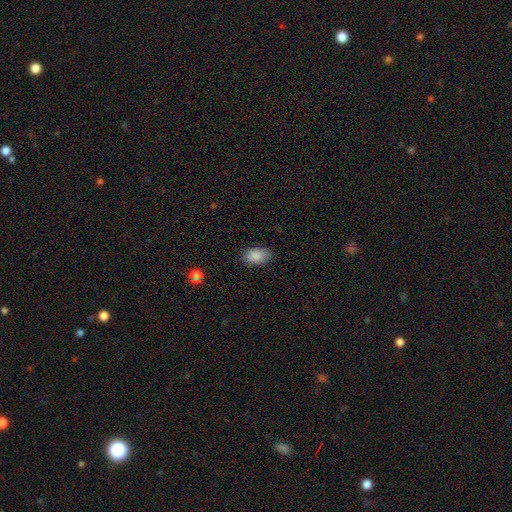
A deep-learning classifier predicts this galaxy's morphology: This appears to be a smooth galaxy with no disk features (89%) that is in between round and cigar-shaped (91%). Merging: none (82%).